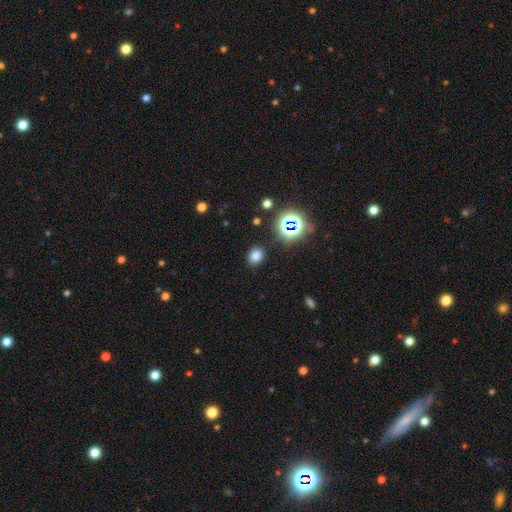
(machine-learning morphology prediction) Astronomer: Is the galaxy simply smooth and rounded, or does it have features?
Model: smooth — 74%.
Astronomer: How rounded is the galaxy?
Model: in between — 53% (runner-up: round, 46%).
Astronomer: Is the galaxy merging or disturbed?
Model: none — 86%.